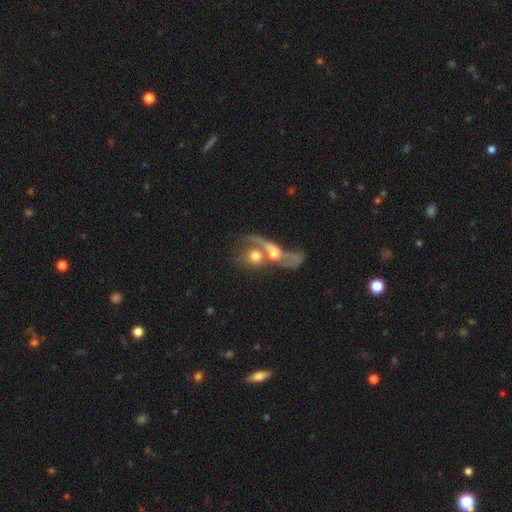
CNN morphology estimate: Q: Smooth or featured?
A: featured or disk (58%); runner-up: smooth (28%)
Q: Edge-on disk?
A: no (88%); runner-up: yes (12%)
Q: Bar?
A: no (70%); runner-up: weak (22%)
Q: Spiral arms?
A: yes (61%); runner-up: no (39%)
Q: Bulge size?
A: moderate (58%); runner-up: small (21%)
Q: Merging?
A: merger (66%); runner-up: none (18%)